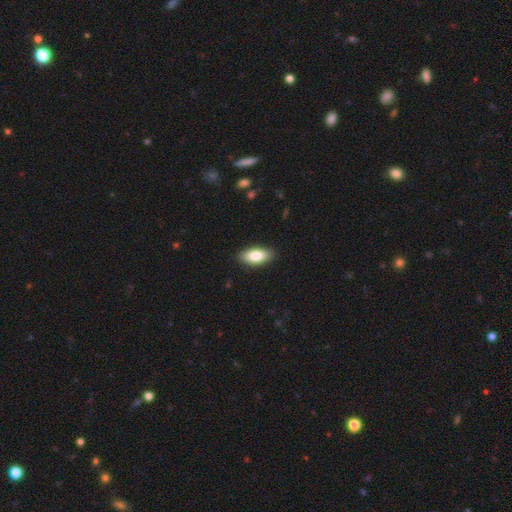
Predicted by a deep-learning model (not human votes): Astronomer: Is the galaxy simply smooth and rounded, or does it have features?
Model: smooth — 82%.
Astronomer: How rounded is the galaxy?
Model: in between — 88%.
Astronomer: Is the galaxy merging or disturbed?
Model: none — 89%.